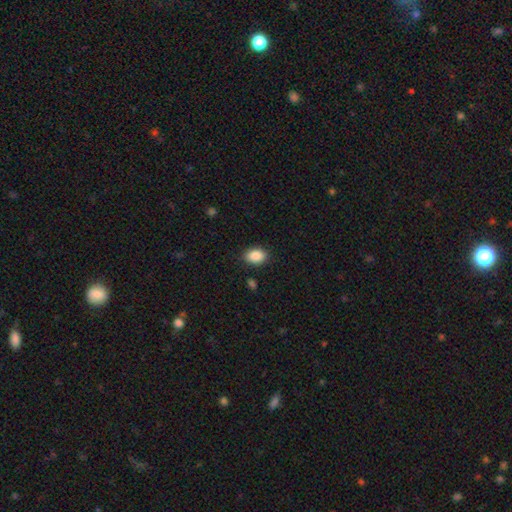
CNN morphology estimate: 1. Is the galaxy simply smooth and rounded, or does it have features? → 89% smooth, 8% star or artifact, 4% featured or disk.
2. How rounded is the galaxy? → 81% in between, 18% round, 1% cigar-shaped.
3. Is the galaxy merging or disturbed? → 86% none, 10% minor disturbance, 3% major disturbance, 1% merger.